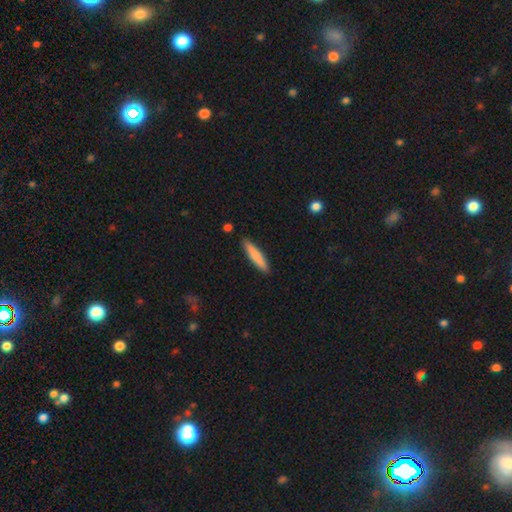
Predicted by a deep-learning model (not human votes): smooth-or-featured: smooth: 77% | featured or disk: 17% | star or artifact: 5%
  how-rounded: cigar-shaped: 89% | in between: 9% | round: 1%
  merging: none: 89% | minor disturbance: 8% | merger: 2% | major disturbance: 2%